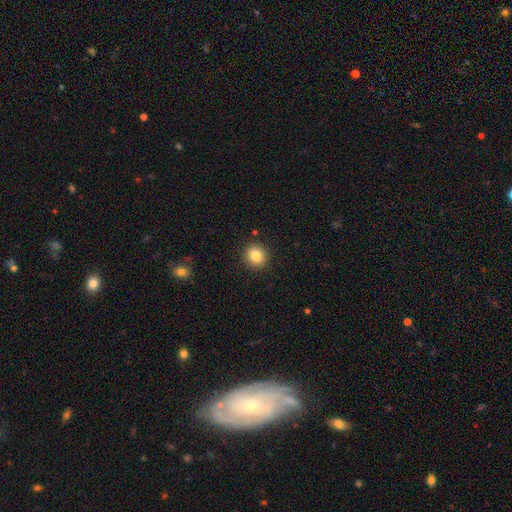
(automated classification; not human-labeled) A smooth galaxy with no disk features (84%) that is round (90%).

Vote fractions:
- Smooth or featured? smooth: 84% / star or artifact: 10% / featured or disk: 6%
- How rounded? round: 90% / in between: 9% / cigar-shaped: 1%
- Merging? none: 91% / minor disturbance: 6% / major disturbance: 2% / merger: 1%